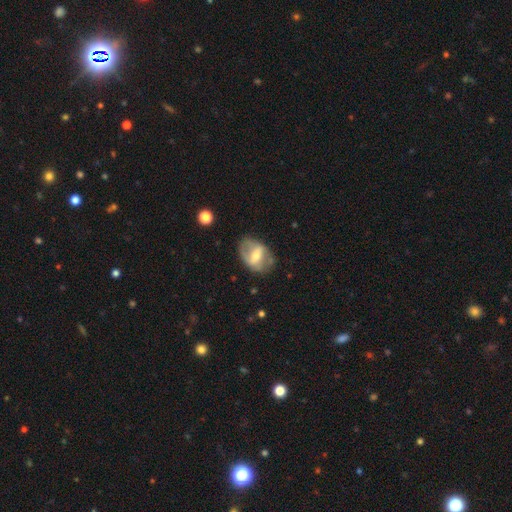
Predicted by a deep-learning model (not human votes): This is possibly a featured or disk galaxy (59%). It is clearly not viewed edge-on (93%). Bar: marginally strong (45%). Spiral arm pattern: possibly no (53%). Central bulge: possibly moderate (52%). Merging: likely none (64%).